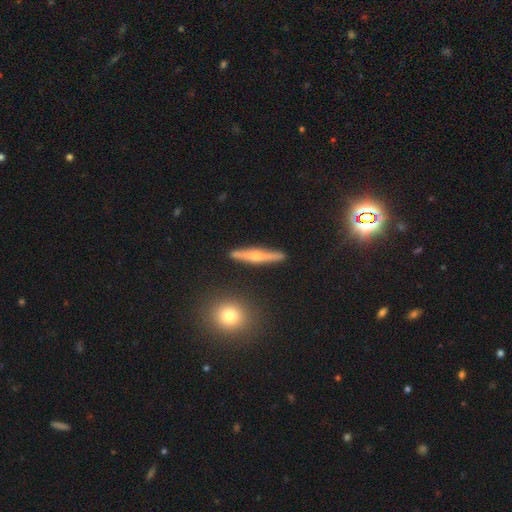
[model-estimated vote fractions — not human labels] Overall: featured or disk (64%; smooth 28%). Edge-on disk: yes (96%). Edge-on bulge: rounded (79%). Merging: none (89%).